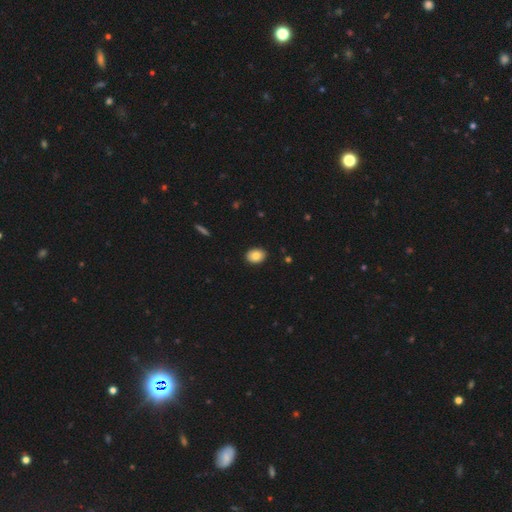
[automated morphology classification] Overall: smooth (84%). How rounded: in between (73%). Merging: none (90%).